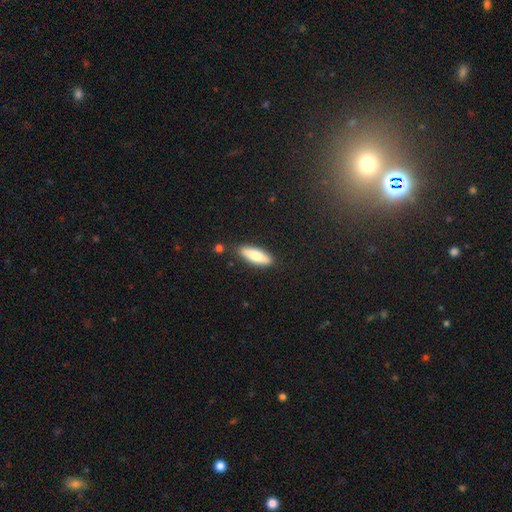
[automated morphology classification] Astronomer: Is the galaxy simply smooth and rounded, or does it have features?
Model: smooth — 75%.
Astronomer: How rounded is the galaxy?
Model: in between — 54% (runner-up: cigar-shaped, 44%).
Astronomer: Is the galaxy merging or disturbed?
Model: none — 84%.